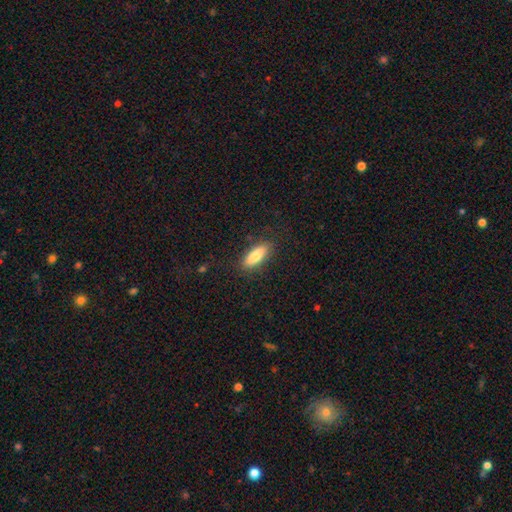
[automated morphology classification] A smooth galaxy with no disk features (80%) that is in between round and cigar-shaped (58%).

Vote fractions:
- Smooth or featured? smooth: 80% / featured or disk: 13% / star or artifact: 6%
- How rounded? in between: 58% / cigar-shaped: 40% / round: 2%
- Merging? none: 86% / minor disturbance: 10% / major disturbance: 3% / merger: 1%